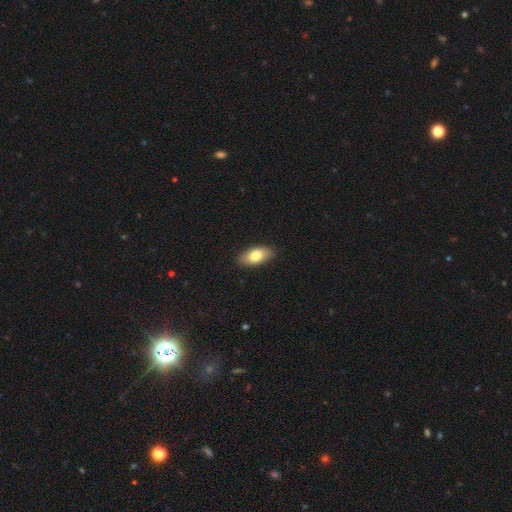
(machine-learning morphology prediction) Smooth or featured? Predicted: smooth (p=0.78). How rounded? Predicted: in between (p=0.90). Merging? Predicted: none (p=0.88).